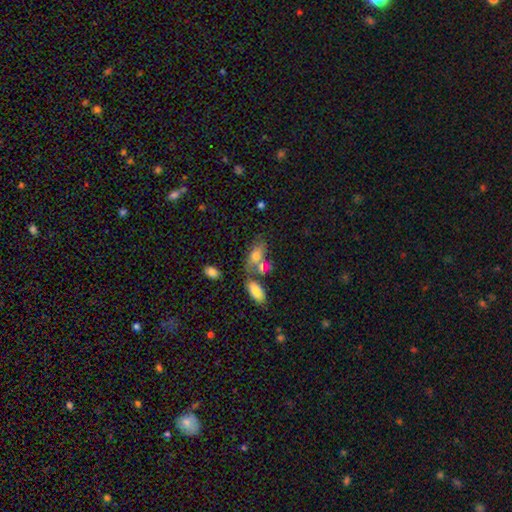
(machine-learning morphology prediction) A smooth galaxy with no disk features (72%) that is in between round and cigar-shaped (87%).

Vote fractions:
- Smooth or featured? smooth: 72% / featured or disk: 19% / star or artifact: 9%
- How rounded? in between: 87% / round: 8% / cigar-shaped: 5%
- Merging? merger: 37% / none: 35% / minor disturbance: 17% / major disturbance: 11%